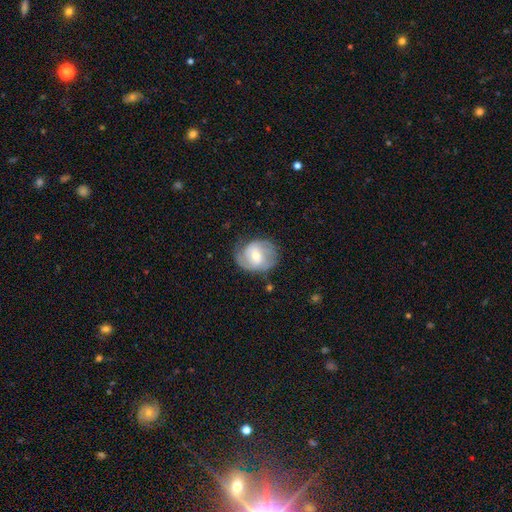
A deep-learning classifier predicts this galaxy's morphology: A featured or disk galaxy (71%) with no bar (45%), 2 (56%) tight (45%) spiral arms (89%) and a moderate central bulge (57%).

Vote fractions:
- Smooth or featured? featured or disk: 71% / smooth: 23% / star or artifact: 6%
- Edge-on disk? no: 97% / yes: 3%
- Bar? no: 45% / weak: 43% / strong: 12%
- Spiral arms? yes: 89% / no: 11%
- Spiral winding? tight: 45% / medium: 40% / loose: 15%
- Spiral arm count? 2: 56% / can't tell: 20% / 3: 14% / 1: 5% / 4: 3% / more than 4: 2%
- Bulge size? moderate: 57% / small: 38% / large: 3% / none: 1% / dominant: 1%
- Merging? none: 66% / minor disturbance: 23% / major disturbance: 10% / merger: 2%